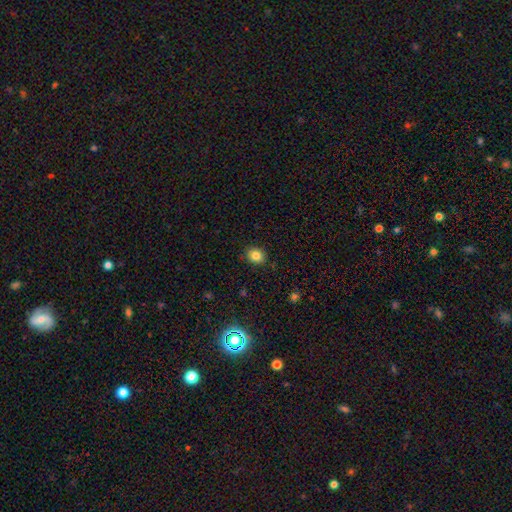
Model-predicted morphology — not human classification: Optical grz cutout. It shows a smooth galaxy with no disk features (83%) that is round (62%). Merging: none (89%).